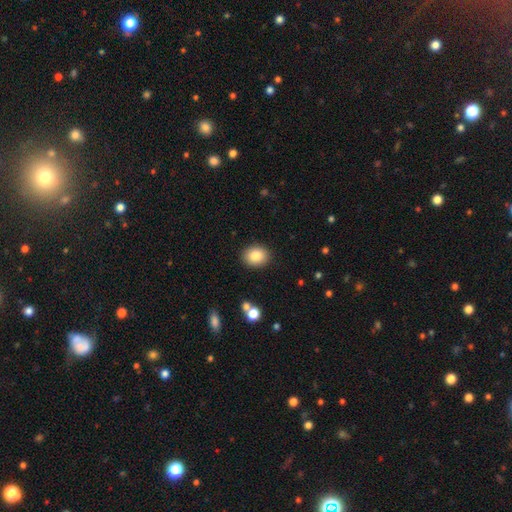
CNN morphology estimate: A smooth galaxy with no disk features (85%) that is round (50%). Merging: none (89%).